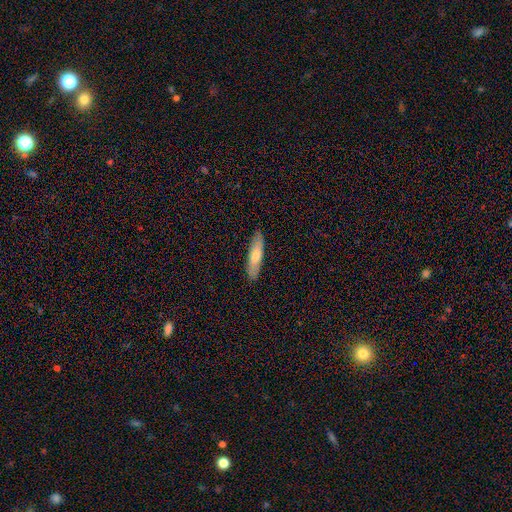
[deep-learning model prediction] Smooth or featured? Predicted: smooth (p=0.63). How rounded? Predicted: cigar-shaped (p=0.75). Merging? Predicted: none (p=0.88).